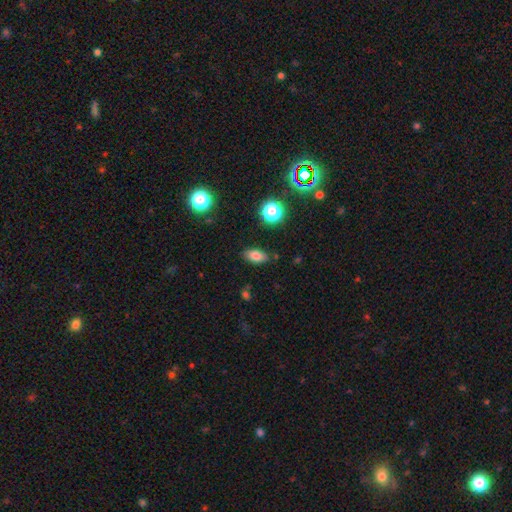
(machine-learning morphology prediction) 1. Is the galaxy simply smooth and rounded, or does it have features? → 79% smooth, 13% star or artifact, 9% featured or disk.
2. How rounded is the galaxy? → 87% in between, 9% round, 5% cigar-shaped.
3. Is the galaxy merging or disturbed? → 84% none, 11% minor disturbance, 3% major disturbance, 2% merger.